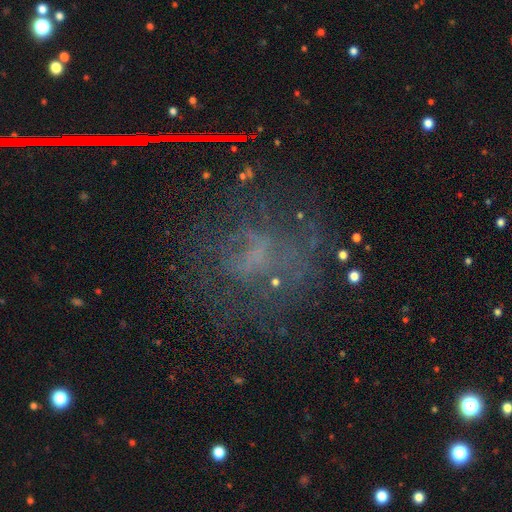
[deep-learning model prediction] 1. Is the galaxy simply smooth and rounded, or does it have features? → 45% featured or disk, 32% star or artifact, 24% smooth.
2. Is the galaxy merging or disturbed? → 61% none, 20% major disturbance, 16% minor disturbance, 3% merger.